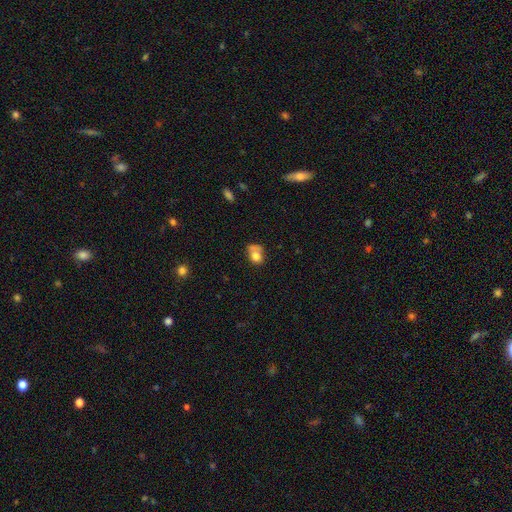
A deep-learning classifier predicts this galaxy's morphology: A smooth galaxy with no disk features (73%) that is round (51%).

Vote fractions:
- Smooth or featured? smooth: 73% / featured or disk: 17% / star or artifact: 11%
- How rounded? round: 51% / in between: 48% / cigar-shaped: 1%
- Merging? none: 34% / merger: 27% / minor disturbance: 23% / major disturbance: 16%